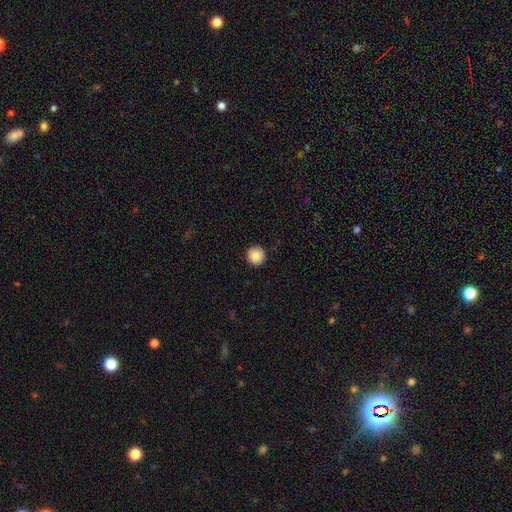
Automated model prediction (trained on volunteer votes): This is clearly a smooth galaxy (89%). How rounded: clearly round (96%). Merging: clearly none (92%).